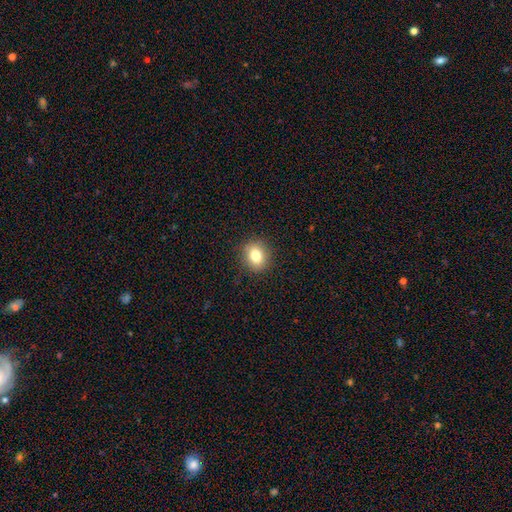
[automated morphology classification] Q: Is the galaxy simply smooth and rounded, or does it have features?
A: smooth — 81%.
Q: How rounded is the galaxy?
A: round — 67%.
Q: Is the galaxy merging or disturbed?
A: none — 89%.